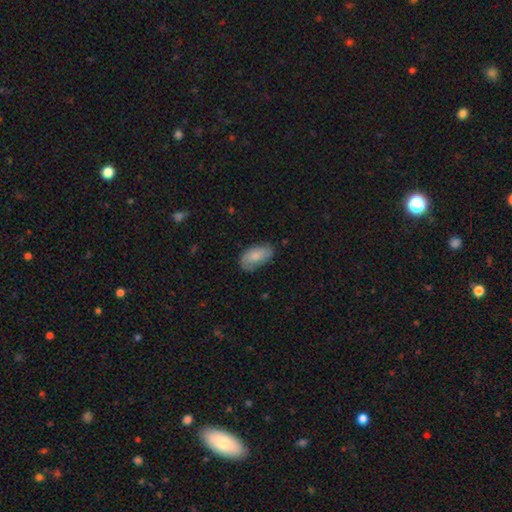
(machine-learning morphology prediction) Smooth or featured?
  - smooth: 72% *
  - featured or disk: 22%
  - star or artifact: 6%
How rounded?
  - in between: 94% *
  - round: 3%
  - cigar-shaped: 3%
Merging?
  - none: 69% *
  - minor disturbance: 24%
  - major disturbance: 6%
  - merger: 2%